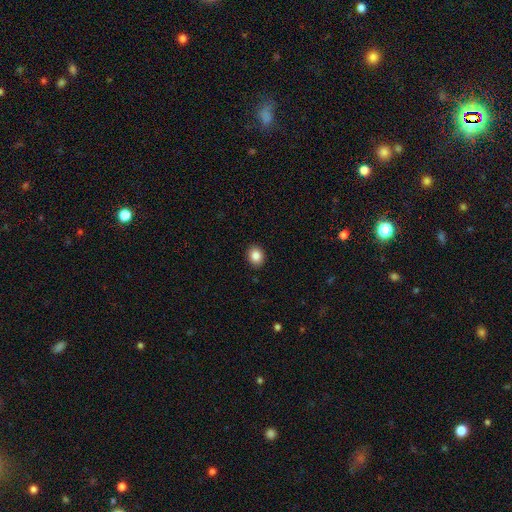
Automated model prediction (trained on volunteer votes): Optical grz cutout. It shows a smooth galaxy with no disk features (86%) that is round (53%). Merging: none (91%).